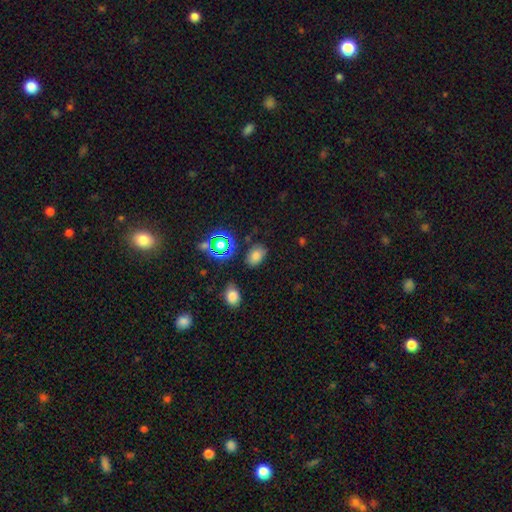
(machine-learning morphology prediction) Q: Smooth or featured?
A: smooth (72%); runner-up: star or artifact (20%)
Q: How rounded?
A: in between (80%); runner-up: round (19%)
Q: Merging?
A: none (80%); runner-up: minor disturbance (13%)